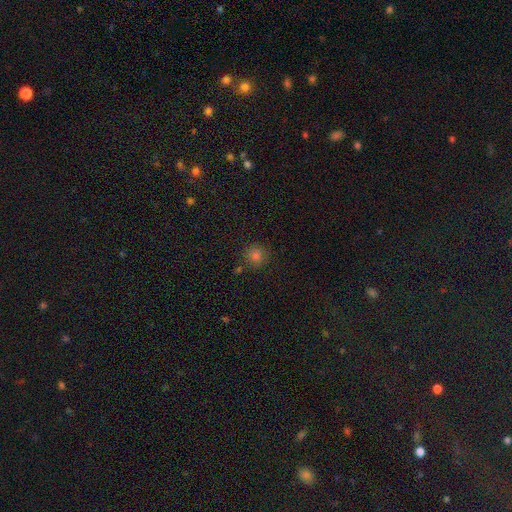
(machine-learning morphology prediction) Smooth or featured? smooth (76%)
How rounded? round (92%)
Merging? none (84%)